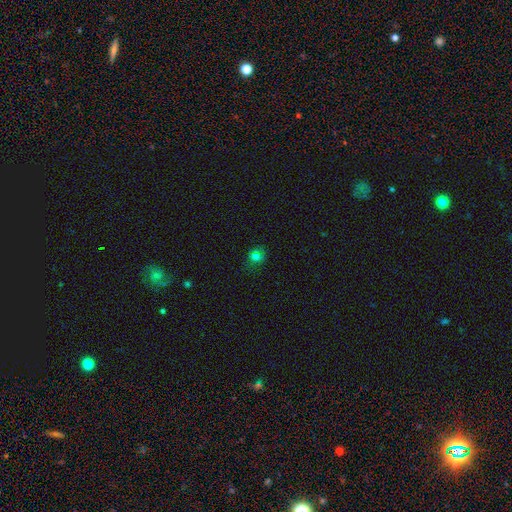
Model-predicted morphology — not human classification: Smooth or featured? smooth (69%)
How rounded? round (70%)
Merging? none (70%)